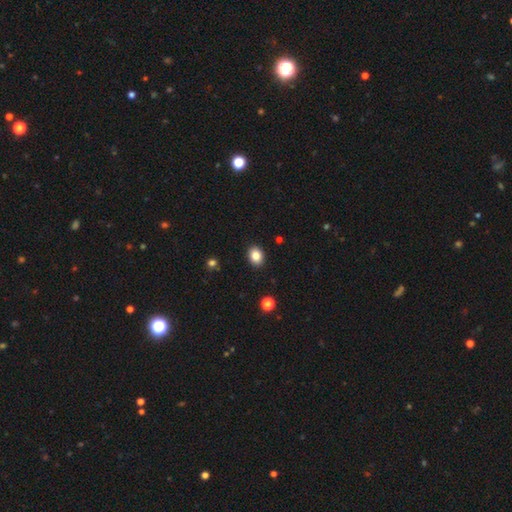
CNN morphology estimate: type=smooth (85%); roundness=in between (60%); merging=none (90%).